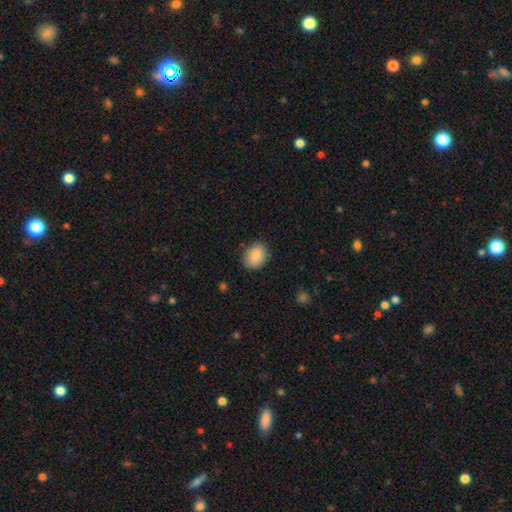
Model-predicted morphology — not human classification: A smooth galaxy with no disk features (87%) that is in between round and cigar-shaped (58%). Merging: none (85%).